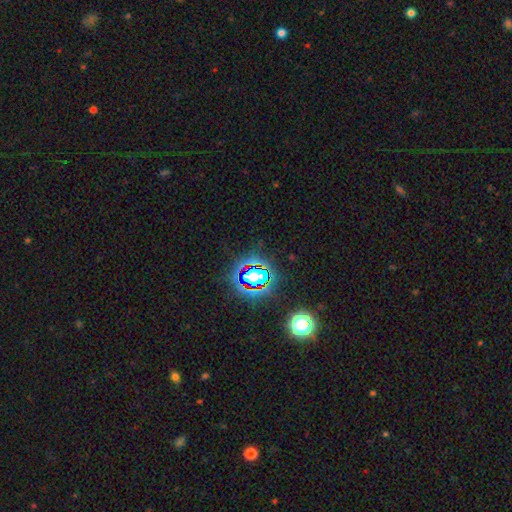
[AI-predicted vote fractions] Morphology: type=star or artifact (79%).